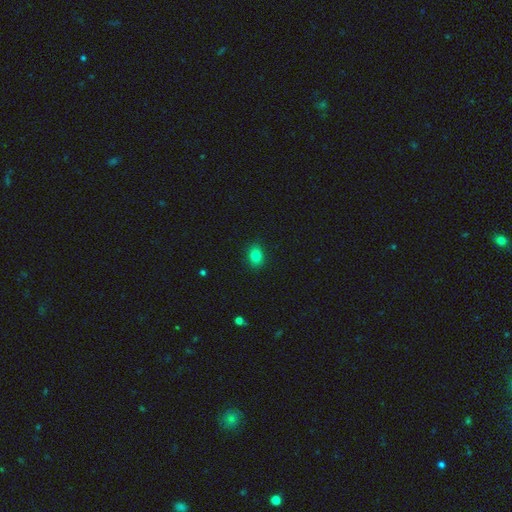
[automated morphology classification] Smooth or featured? smooth (82%)
How rounded? in between (67%)
Merging? none (88%)